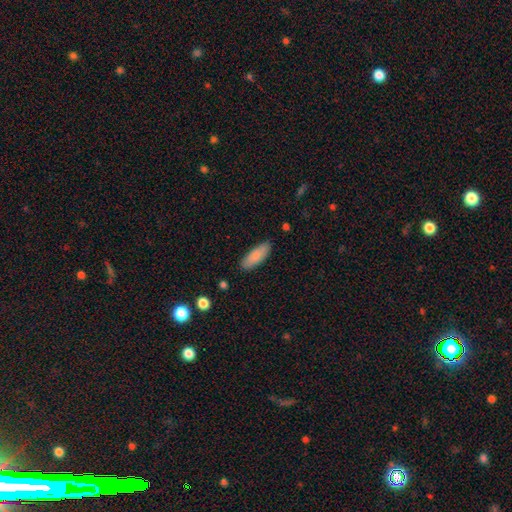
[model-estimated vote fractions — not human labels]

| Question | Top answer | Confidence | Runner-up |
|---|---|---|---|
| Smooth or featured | smooth | 84% | featured or disk (10%) |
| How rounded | in between | 65% | cigar-shaped (33%) |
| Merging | none | 86% | minor disturbance (10%) |